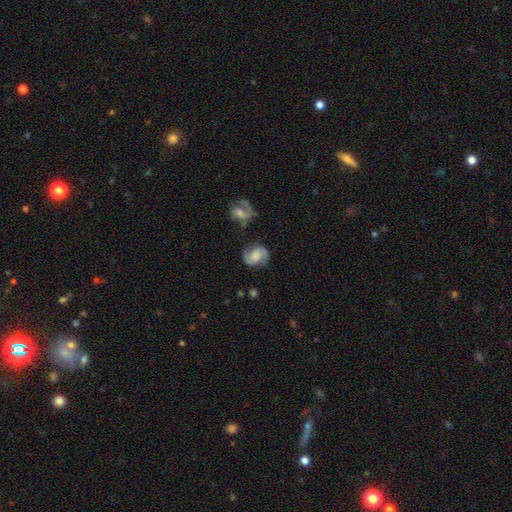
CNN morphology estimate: The model was most divided on "bulge size": moderate: 34%, none: 25%, small: 19%, large: 18%, dominant: 3%. Remaining: edge-on disk — no (98%); spiral arms — yes (94%); spiral arm count — 2 (90%); smooth or featured — featured or disk (69%); merging — none (68%); bar — no (53%); spiral winding — medium (50%).